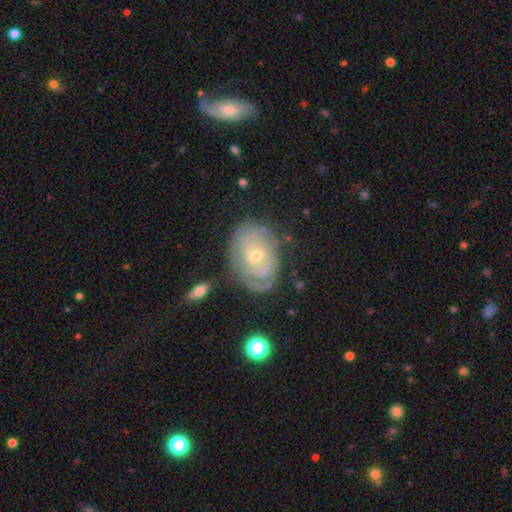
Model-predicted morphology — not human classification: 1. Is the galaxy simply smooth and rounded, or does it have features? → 75% featured or disk, 18% smooth, 7% star or artifact.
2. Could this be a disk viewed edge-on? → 96% no, 4% yes.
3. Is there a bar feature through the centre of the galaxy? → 76% no, 20% weak, 4% strong.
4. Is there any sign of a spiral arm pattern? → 81% yes, 19% no.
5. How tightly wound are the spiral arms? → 73% tight, 19% medium, 7% loose.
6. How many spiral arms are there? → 55% can't tell, 22% 2, 9% 3, 6% 1, 5% 4, 4% more than 4.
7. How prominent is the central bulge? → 62% small, 35% moderate, 1% large, 1% none, 1% dominant.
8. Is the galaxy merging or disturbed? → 68% none, 21% minor disturbance, 9% major disturbance, 3% merger.